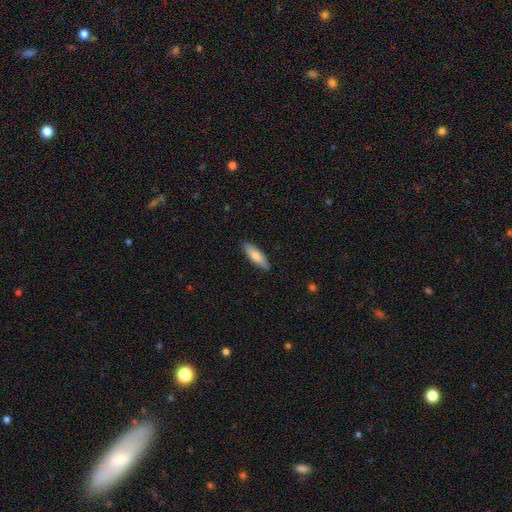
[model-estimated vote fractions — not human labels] smooth_or_featured: smooth (p=0.75) [alt: featured or disk p=0.19]
how_rounded: in between (p=0.50) [alt: cigar-shaped p=0.48]
merging: none (p=0.88) [alt: minor disturbance p=0.10]